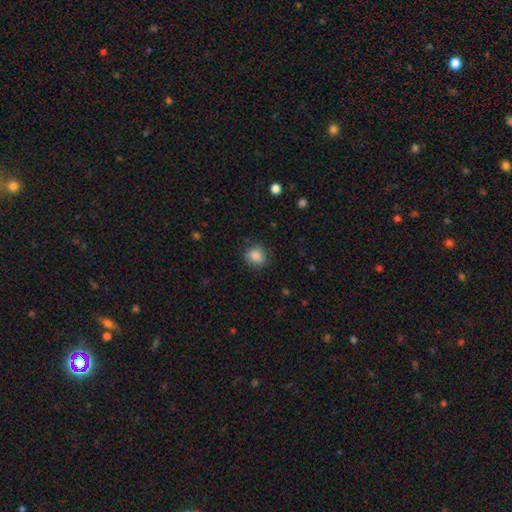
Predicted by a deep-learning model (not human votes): The model was most divided on "how rounded": round: 76%, in between: 24%, cigar-shaped: 1%. More confident: smooth or featured — smooth (87%); merging — none (81%).